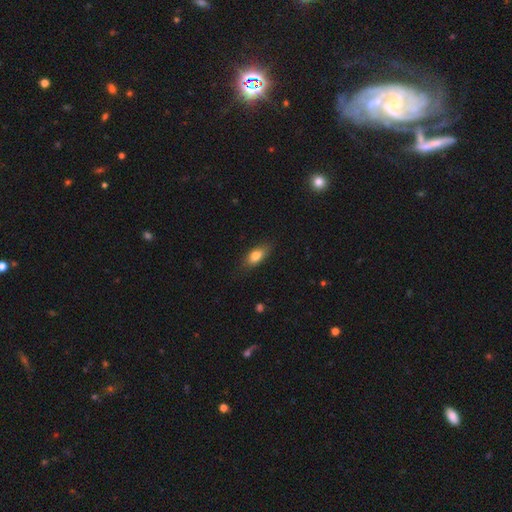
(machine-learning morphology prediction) The model was most divided on "merging": none: 80%, minor disturbance: 16%, major disturbance: 3%, merger: 1%. More confident: how rounded — in between (82%); smooth or featured — smooth (79%).